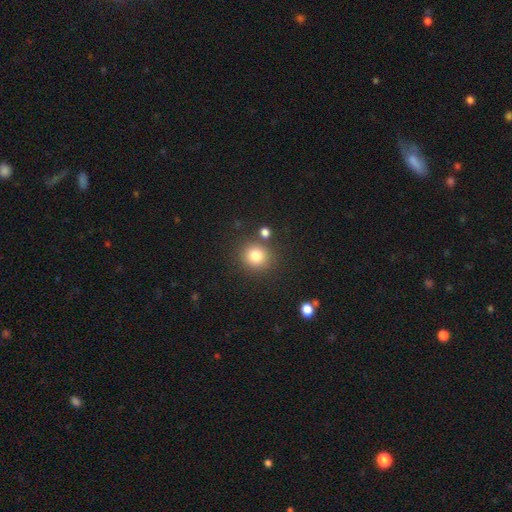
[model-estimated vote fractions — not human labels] Smooth or featured?
  - smooth: 81% *
  - star or artifact: 12%
  - featured or disk: 7%
How rounded?
  - round: 87% *
  - in between: 13%
  - cigar-shaped: 1%
Merging?
  - none: 80% *
  - minor disturbance: 9%
  - merger: 8%
  - major disturbance: 3%